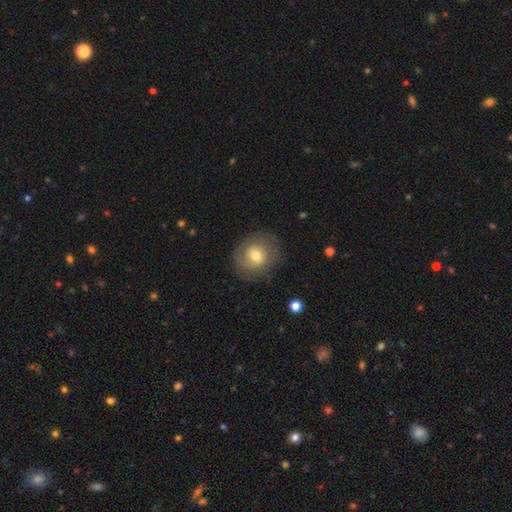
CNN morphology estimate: smooth_or_featured: smooth (p=0.58) [alt: featured or disk p=0.34]
how_rounded: round (p=0.80) [alt: in between p=0.19]
merging: none (p=0.79) [alt: minor disturbance p=0.13]